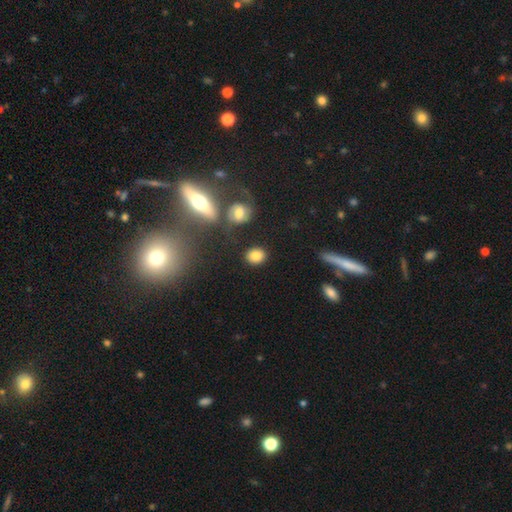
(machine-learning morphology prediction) smooth_or_featured: smooth (p=0.83) [alt: star or artifact p=0.09]
how_rounded: round (p=0.55) [alt: in between p=0.44]
merging: none (p=0.81) [alt: minor disturbance p=0.10]